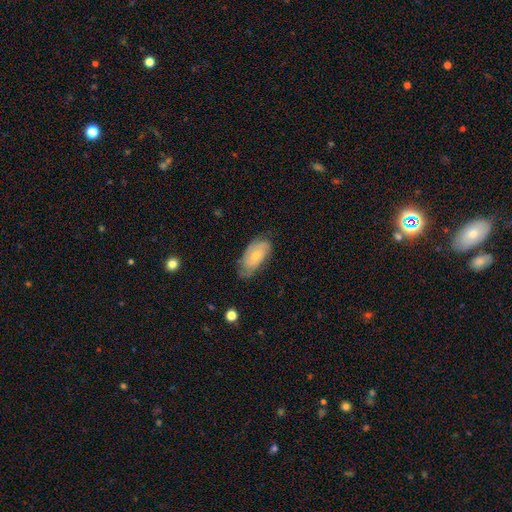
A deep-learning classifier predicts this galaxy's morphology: smooth-or-featured: featured or disk: 49% | smooth: 45% | star or artifact: 6%
  merging: none: 59% | minor disturbance: 31% | major disturbance: 9% | merger: 1%